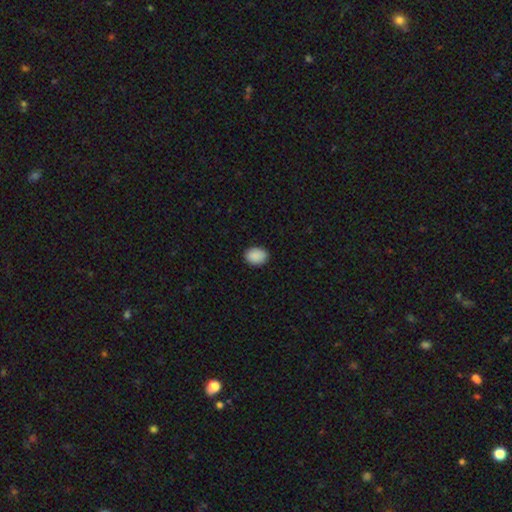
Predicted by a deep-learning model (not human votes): Smooth or featured? smooth (90%)
How rounded? in between (65%)
Merging? none (88%)